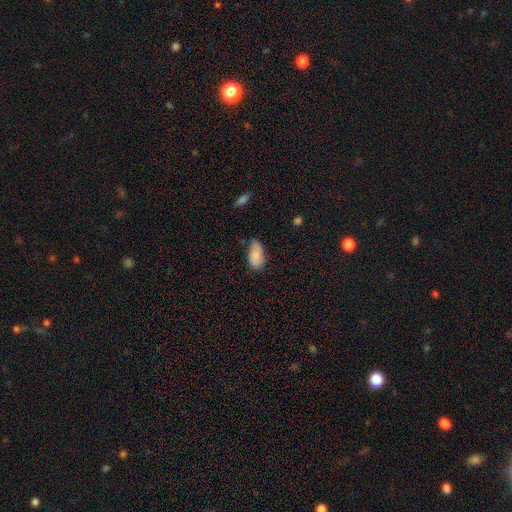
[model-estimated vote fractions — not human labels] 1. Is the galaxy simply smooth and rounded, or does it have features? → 78% smooth, 15% featured or disk, 7% star or artifact.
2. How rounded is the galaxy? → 93% in between, 5% cigar-shaped, 3% round.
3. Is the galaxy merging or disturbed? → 60% none, 31% minor disturbance, 6% major disturbance, 2% merger.